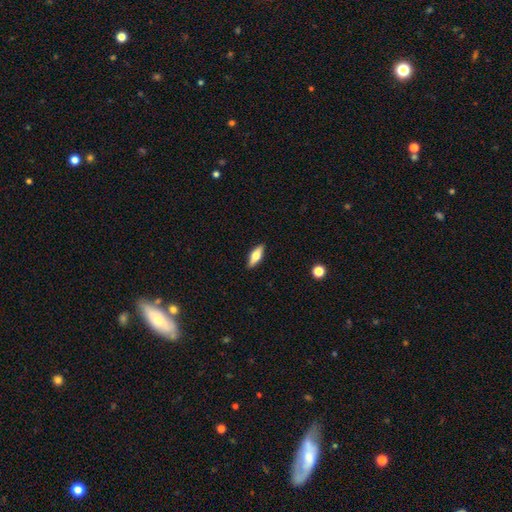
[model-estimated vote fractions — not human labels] A smooth galaxy with no disk features (55%) that is in between round and cigar-shaped (61%). Merging: none (89%).